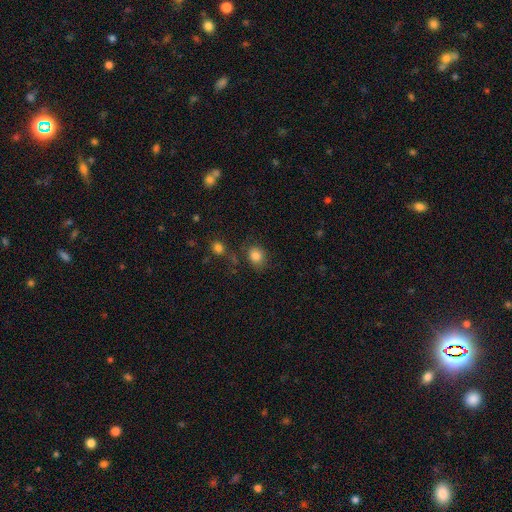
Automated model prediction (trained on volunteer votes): A smooth galaxy with no disk features (83%) that is round (62%).

Vote fractions:
- Smooth or featured? smooth: 83% / star or artifact: 11% / featured or disk: 6%
- How rounded? round: 62% / in between: 37% / cigar-shaped: 1%
- Merging? none: 75% / minor disturbance: 14% / merger: 6% / major disturbance: 5%